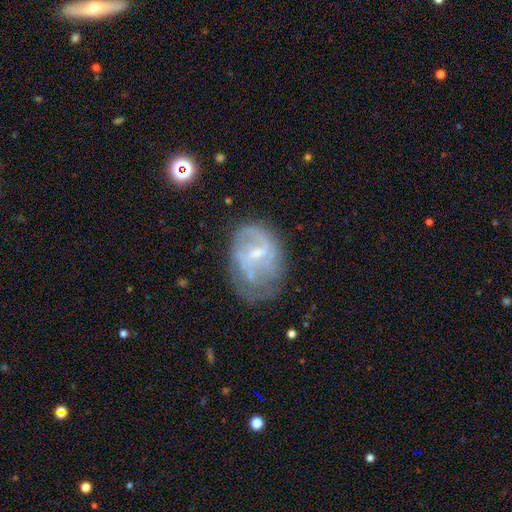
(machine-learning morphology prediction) A featured or disk galaxy (68%) with a weak bar (54%), spiral arms (70%) and a small central bulge (62%).

Vote fractions:
- Smooth or featured? featured or disk: 68% / smooth: 21% / star or artifact: 11%
- Edge-on disk? no: 96% / yes: 4%
- Bar? weak: 54% / no: 24% / strong: 21%
- Spiral arms? yes: 70% / no: 30%
- Bulge size? small: 62% / moderate: 25% / none: 11% / large: 1% / dominant: 1%
- Merging? none: 53% / minor disturbance: 27% / major disturbance: 17% / merger: 2%